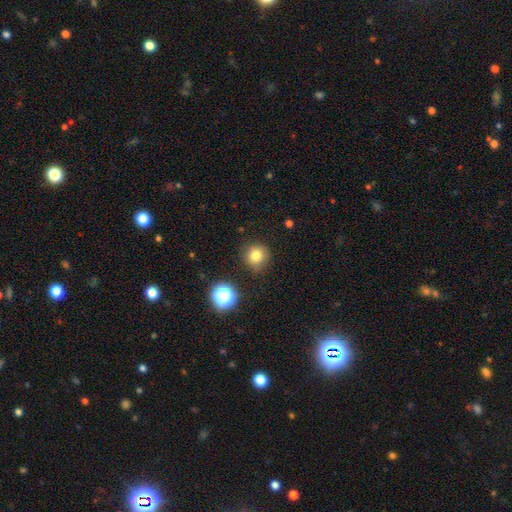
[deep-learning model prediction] Smooth or featured? smooth (79%)
How rounded? round (91%)
Merging? none (83%)